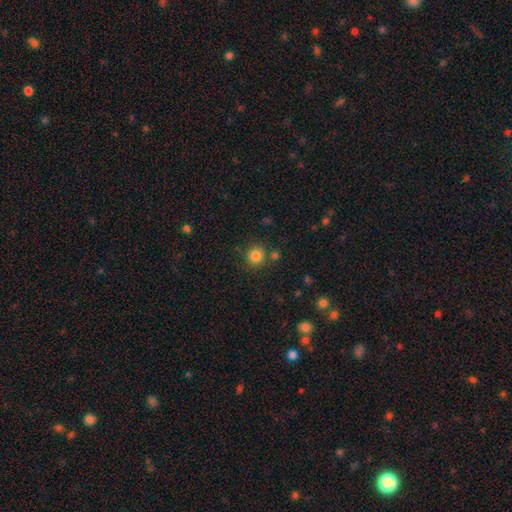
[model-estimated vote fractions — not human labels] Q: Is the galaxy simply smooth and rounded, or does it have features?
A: smooth — 83%.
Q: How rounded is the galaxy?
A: round — 92%.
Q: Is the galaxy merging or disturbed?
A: none — 83%.